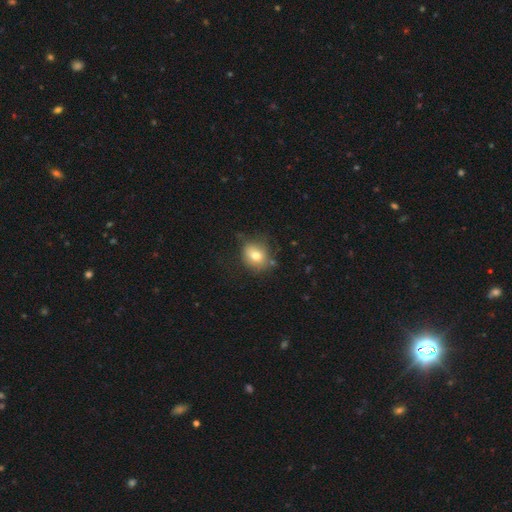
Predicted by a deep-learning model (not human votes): Smooth or featured? Predicted: smooth (p=0.74). How rounded? Predicted: round (p=0.66). Merging? Predicted: none (p=0.62).